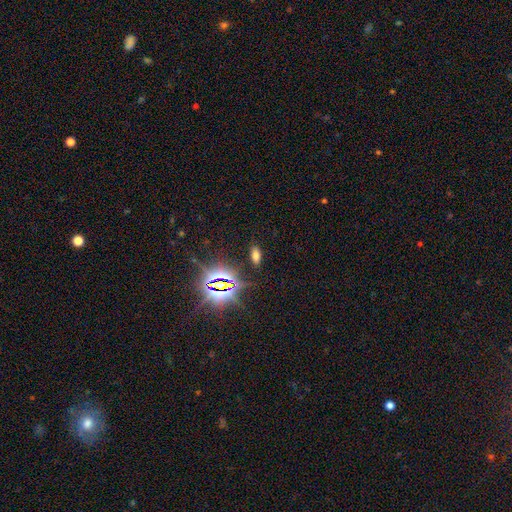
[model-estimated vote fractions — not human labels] smooth_or_featured: smooth (p=0.59) [alt: star or artifact p=0.33]
how_rounded: in between (p=0.85) [alt: cigar-shaped p=0.11]
merging: none (p=0.87) [alt: minor disturbance p=0.08]